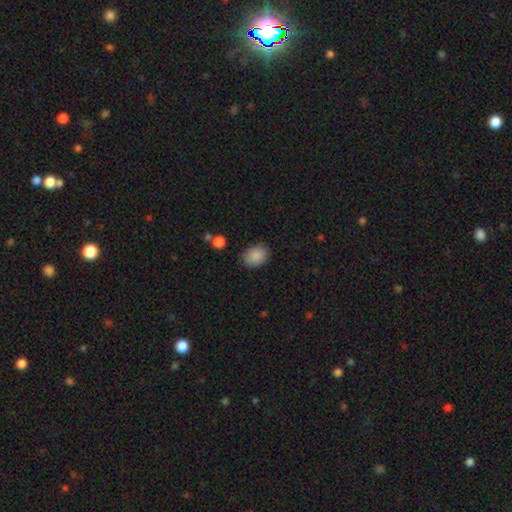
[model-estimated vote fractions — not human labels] smooth 88%, star or artifact 8%, featured or disk 4%. Down the decision tree: how rounded — in between (63%); merging — none (82%).